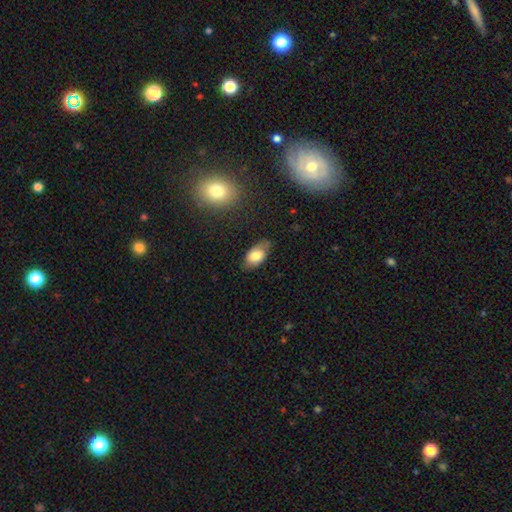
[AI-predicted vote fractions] The model was most divided on "merging": none: 70%, minor disturbance: 24%, major disturbance: 5%, merger: 2%. More confident: how rounded — in between (92%); smooth or featured — smooth (75%).